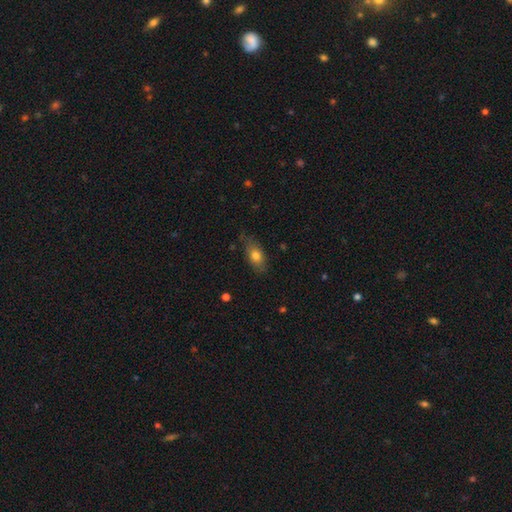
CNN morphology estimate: smooth 75%, featured or disk 17%, star or artifact 8%. Down the decision tree: how rounded — in between (83%); merging — none (67%).